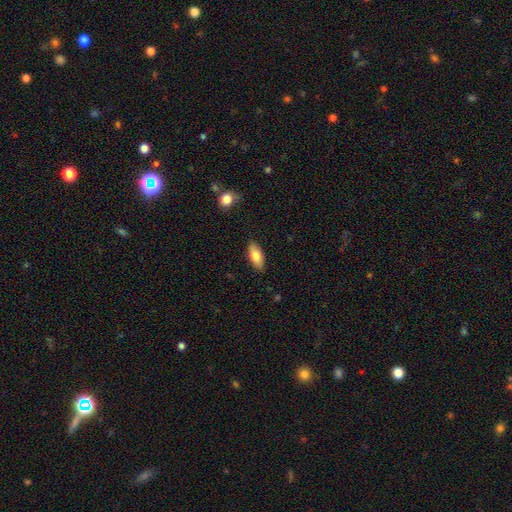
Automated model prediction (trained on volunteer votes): Smooth or featured? Predicted: smooth (p=0.77). How rounded? Predicted: in between (p=0.81). Merging? Predicted: none (p=0.87).